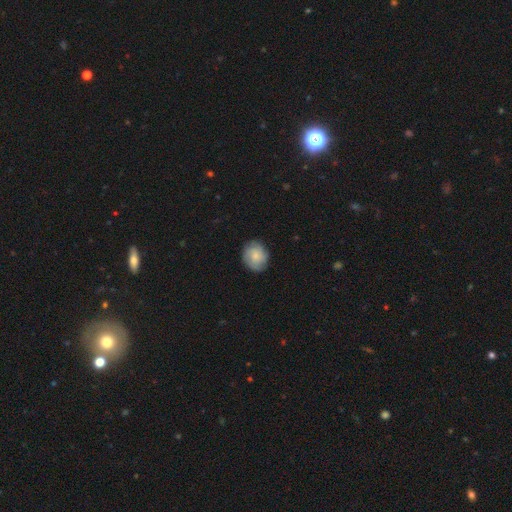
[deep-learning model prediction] A smooth galaxy with no disk features (70%) that is round (69%). Merging: none (80%).